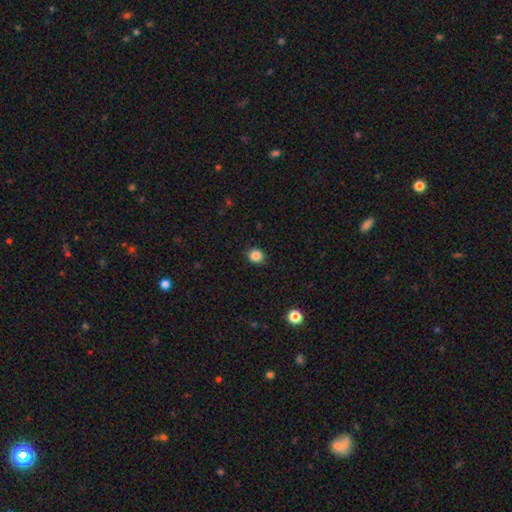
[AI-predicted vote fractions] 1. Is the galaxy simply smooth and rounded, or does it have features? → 86% smooth, 11% star or artifact, 3% featured or disk.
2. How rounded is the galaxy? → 83% round, 16% in between, 1% cigar-shaped.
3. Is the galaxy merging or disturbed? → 91% none, 7% minor disturbance, 2% major disturbance, 1% merger.